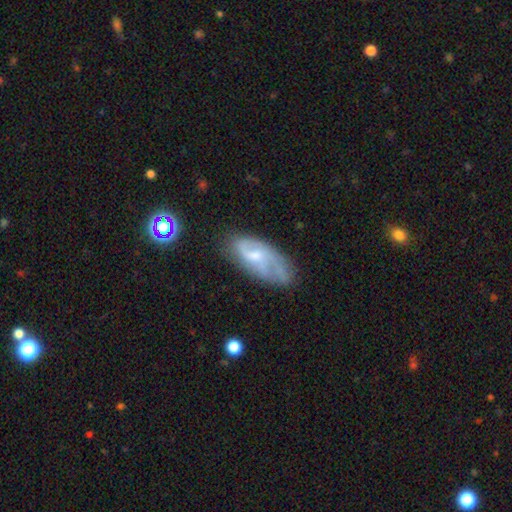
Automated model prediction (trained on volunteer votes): A featured or disk galaxy (59%) with no bar (52%), spiral arms (80%) and a small central bulge (48%).

Vote fractions:
- Smooth or featured? featured or disk: 59% / smooth: 33% / star or artifact: 8%
- Edge-on disk? no: 92% / yes: 8%
- Bar? no: 52% / weak: 41% / strong: 7%
- Spiral arms? yes: 80% / no: 20%
- Bulge size? small: 48% / moderate: 37% / none: 11% / large: 3% / dominant: 1%
- Merging? none: 59% / minor disturbance: 26% / major disturbance: 12% / merger: 3%